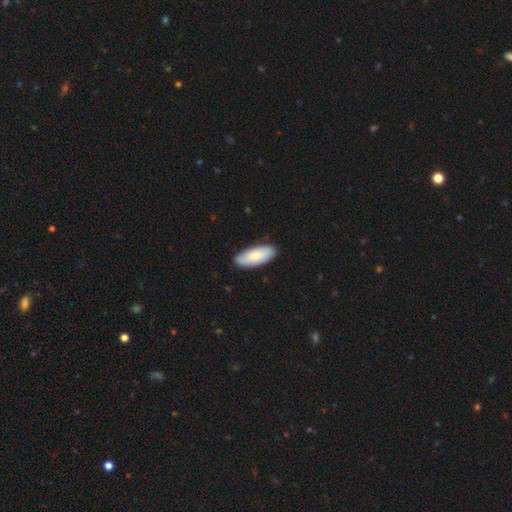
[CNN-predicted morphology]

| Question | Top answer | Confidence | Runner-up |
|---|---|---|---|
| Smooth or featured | smooth | 77% | featured or disk (18%) |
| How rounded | in between | 83% | cigar-shaped (15%) |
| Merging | none | 87% | minor disturbance (11%) |